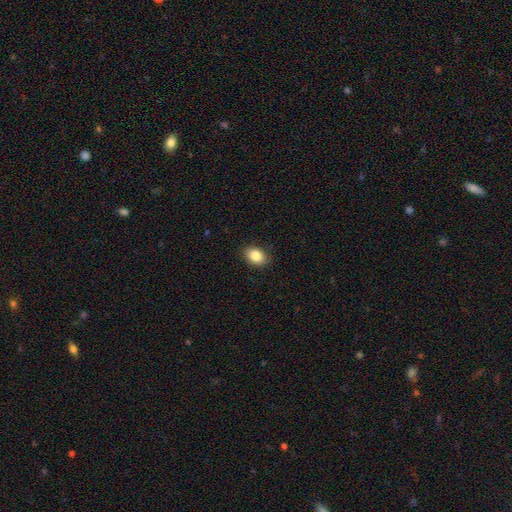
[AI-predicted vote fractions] Q: Smooth or featured?
A: smooth (86%); runner-up: star or artifact (8%)
Q: How rounded?
A: in between (77%); runner-up: round (22%)
Q: Merging?
A: none (89%); runner-up: minor disturbance (8%)